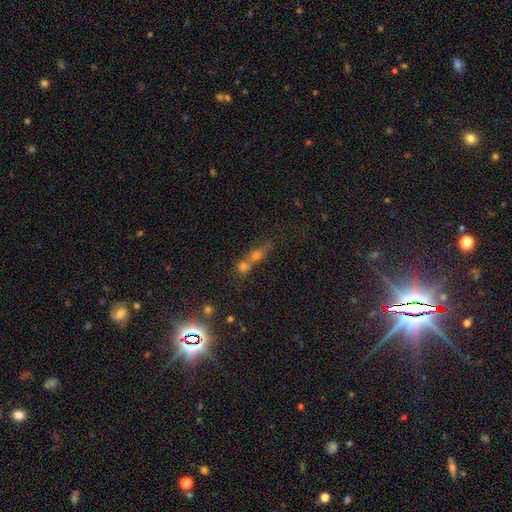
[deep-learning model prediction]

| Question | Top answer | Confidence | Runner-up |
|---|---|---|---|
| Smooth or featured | star or artifact | 43% | smooth (36%) |